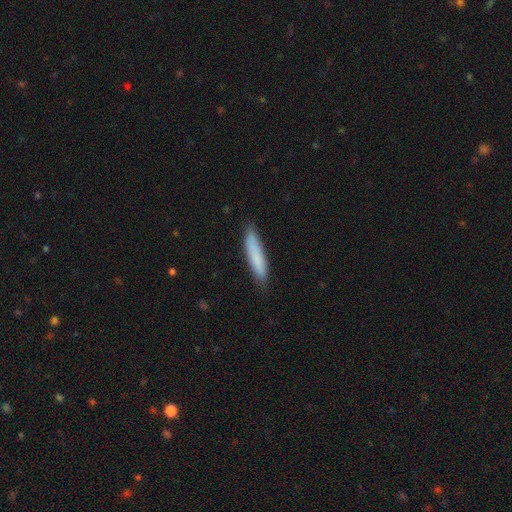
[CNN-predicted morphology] The model was most divided on "smooth or featured": smooth: 82%, featured or disk: 12%, star or artifact: 6%. More confident: how rounded — cigar-shaped (87%); merging — none (86%).